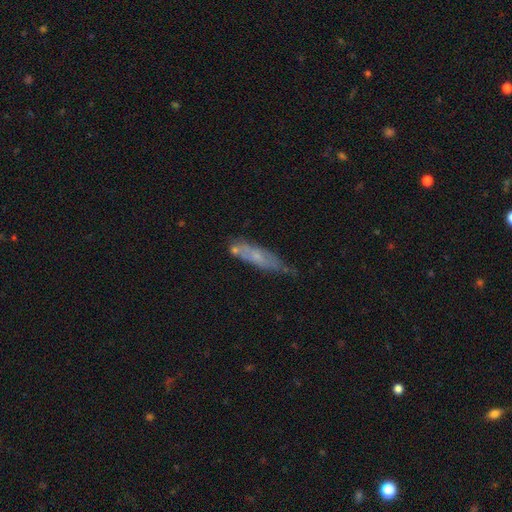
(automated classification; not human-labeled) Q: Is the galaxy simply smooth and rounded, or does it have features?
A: smooth — 49%.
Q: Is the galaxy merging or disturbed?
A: none — 48%.